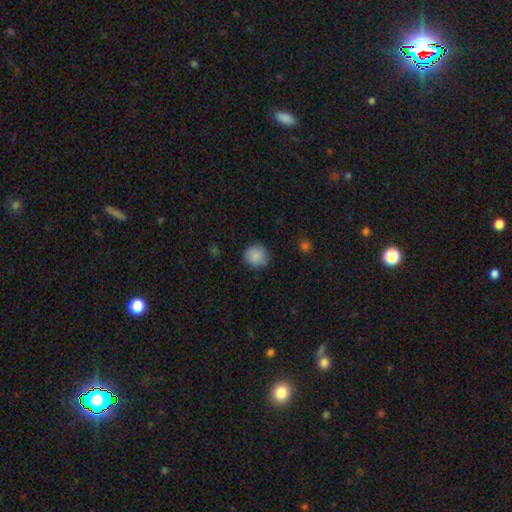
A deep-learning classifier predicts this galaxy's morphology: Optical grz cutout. It shows a smooth galaxy with no disk features (87%) that is round (92%). Merging: none (85%).